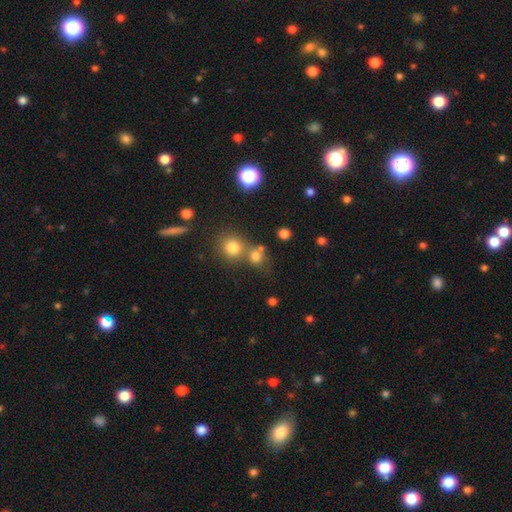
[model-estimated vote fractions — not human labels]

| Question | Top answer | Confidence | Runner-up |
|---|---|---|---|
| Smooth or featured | smooth | 73% | star or artifact (19%) |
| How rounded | round | 81% | in between (17%) |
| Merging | none | 54% | merger (33%) |